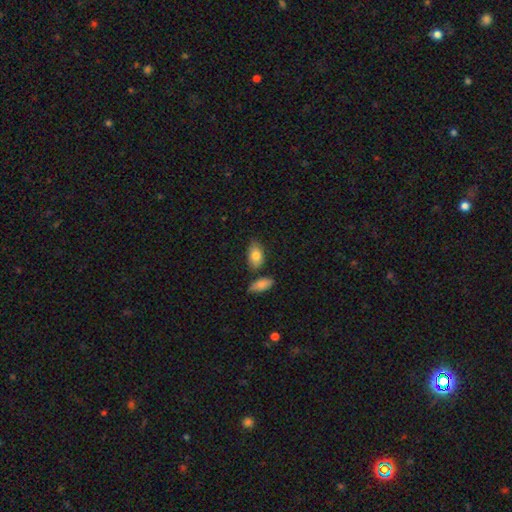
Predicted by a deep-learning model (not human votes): Morphology: type=smooth (81%); roundness=in between (90%); merging=none (70%).